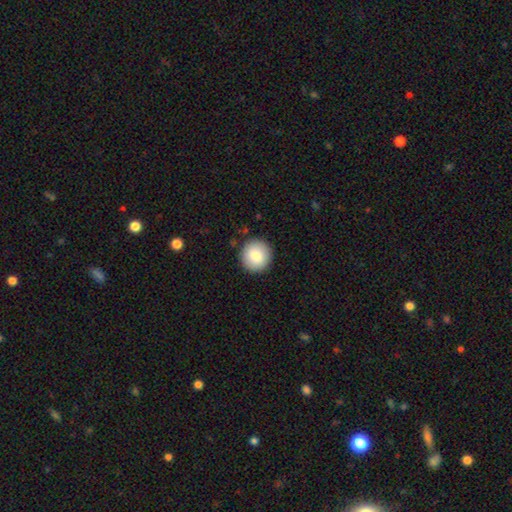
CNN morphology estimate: The model was most divided on "smooth or featured": smooth: 86%, star or artifact: 7%, featured or disk: 7%. More confident: how rounded — round (93%); merging — none (90%).